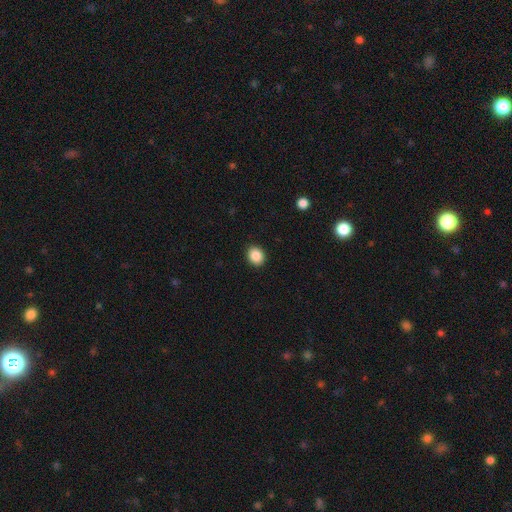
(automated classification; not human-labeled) Q: Smooth or featured?
A: smooth (88%); runner-up: star or artifact (9%)
Q: How rounded?
A: round (62%); runner-up: in between (38%)
Q: Merging?
A: none (91%); runner-up: minor disturbance (6%)